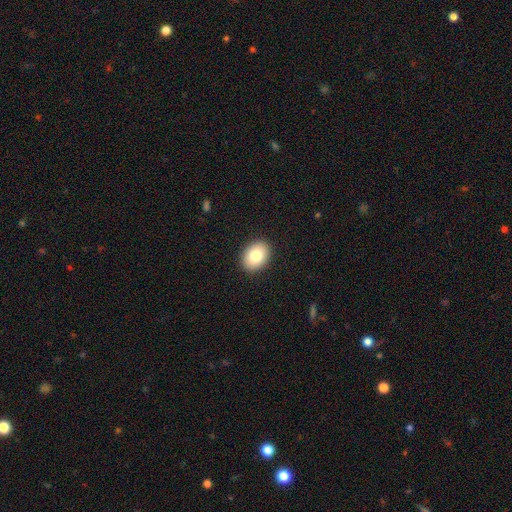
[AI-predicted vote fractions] Smooth or featured?
  - smooth: 82% *
  - featured or disk: 10%
  - star or artifact: 8%
How rounded?
  - in between: 69% *
  - round: 30%
  - cigar-shaped: 1%
Merging?
  - none: 91% *
  - minor disturbance: 7%
  - major disturbance: 2%
  - merger: 1%